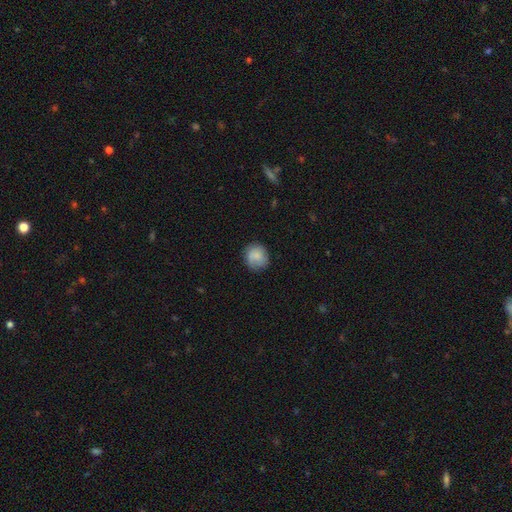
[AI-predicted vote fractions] Smooth or featured?
  - smooth: 77% *
  - featured or disk: 16%
  - star or artifact: 8%
How rounded?
  - round: 79% *
  - in between: 20%
  - cigar-shaped: 1%
Merging?
  - none: 71% *
  - minor disturbance: 21%
  - major disturbance: 7%
  - merger: 2%